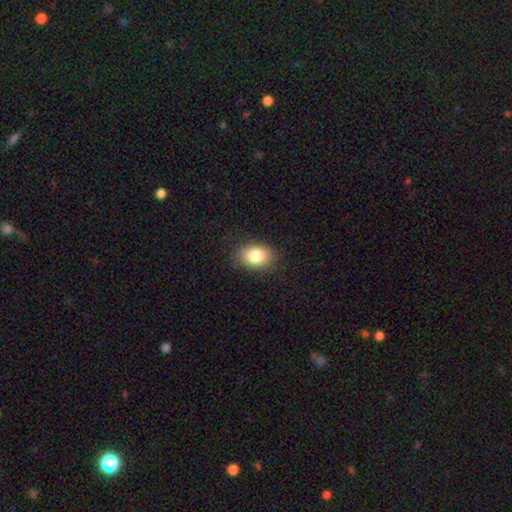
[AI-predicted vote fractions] Smooth or featured?
  - smooth: 83% *
  - featured or disk: 8%
  - star or artifact: 8%
How rounded?
  - in between: 80% *
  - round: 19%
  - cigar-shaped: 1%
Merging?
  - none: 85% *
  - minor disturbance: 11%
  - major disturbance: 3%
  - merger: 1%